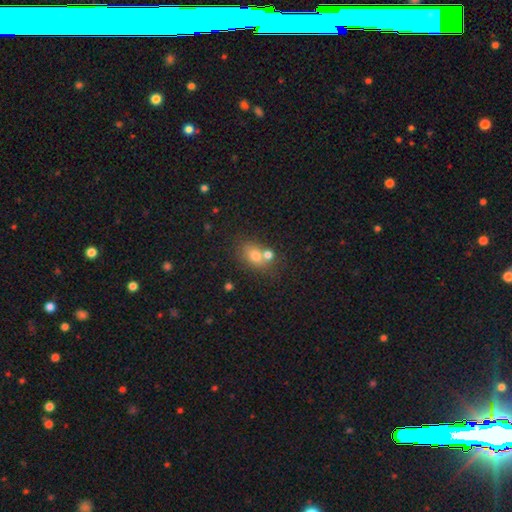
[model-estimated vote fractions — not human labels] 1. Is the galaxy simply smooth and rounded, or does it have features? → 72% smooth, 15% featured or disk, 13% star or artifact.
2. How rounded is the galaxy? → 61% in between, 37% round, 2% cigar-shaped.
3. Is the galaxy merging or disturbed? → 48% none, 36% merger, 12% minor disturbance, 5% major disturbance.